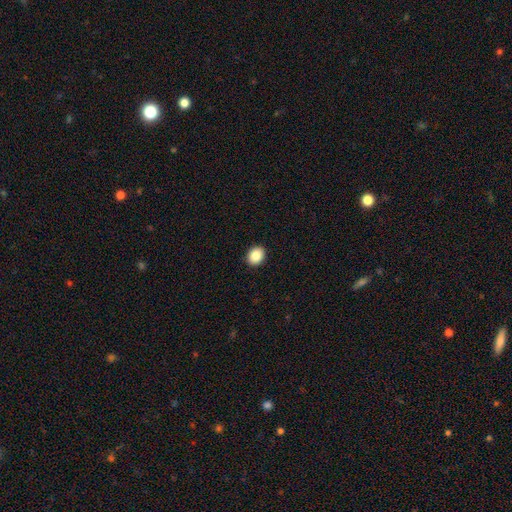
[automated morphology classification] Q: Smooth or featured?
A: smooth (88%); runner-up: star or artifact (8%)
Q: How rounded?
A: round (52%); runner-up: in between (47%)
Q: Merging?
A: none (92%); runner-up: minor disturbance (6%)